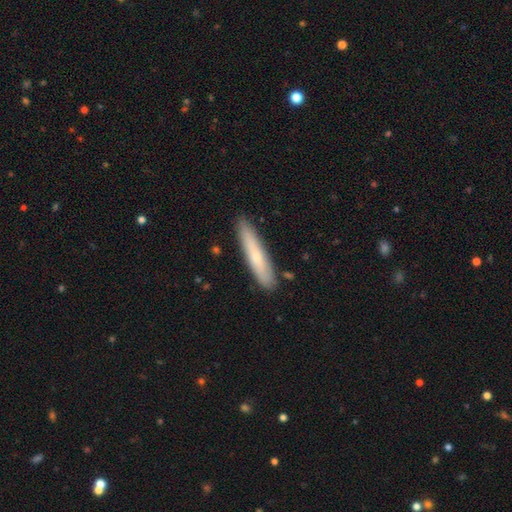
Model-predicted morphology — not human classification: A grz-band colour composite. It shows a smooth galaxy with no disk features (63%) that is cigar-shaped (90%). Merging: none (88%).